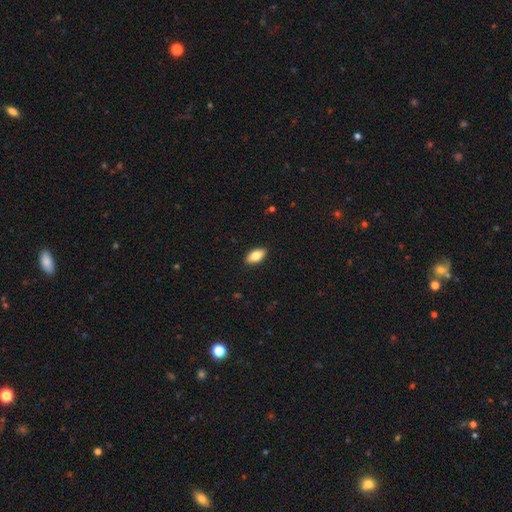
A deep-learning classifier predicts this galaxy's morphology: A smooth galaxy with no disk features (80%) that is in between round and cigar-shaped (92%). Merging: none (90%).